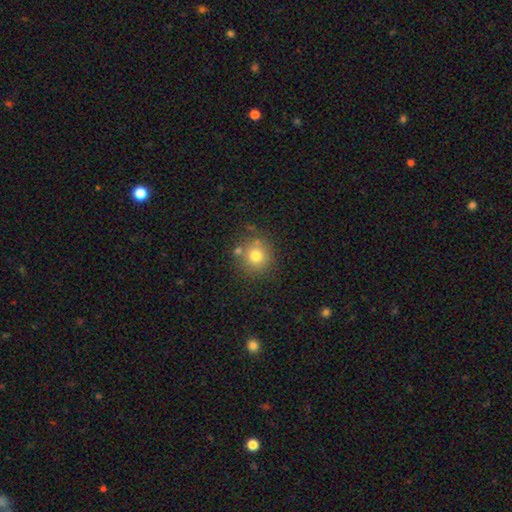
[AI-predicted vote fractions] Q: Smooth or featured?
A: smooth (75%); runner-up: star or artifact (13%)
Q: How rounded?
A: round (91%); runner-up: in between (8%)
Q: Merging?
A: none (77%); runner-up: minor disturbance (11%)